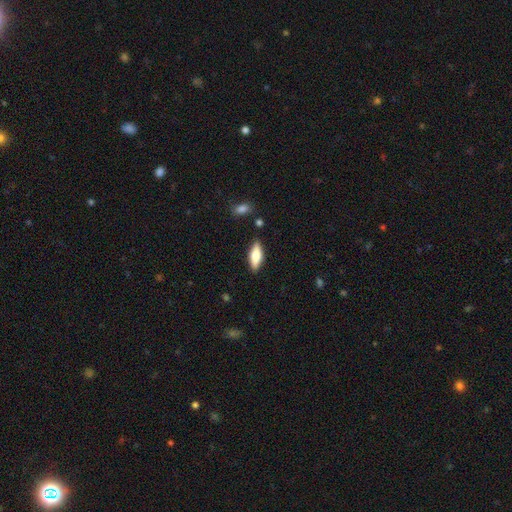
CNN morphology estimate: This appears to be a smooth galaxy with no disk features (64%) that is in between round and cigar-shaped (64%). Merging: none (85%).